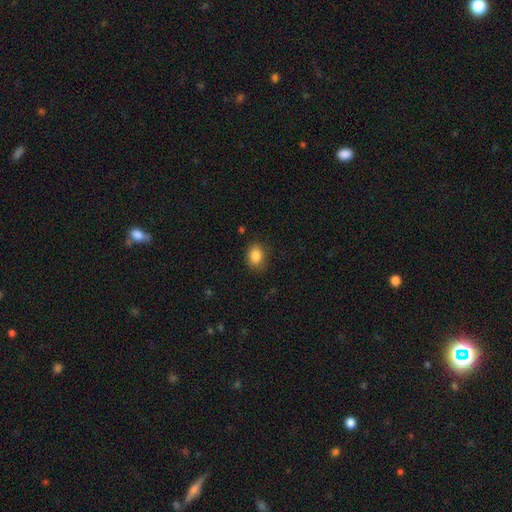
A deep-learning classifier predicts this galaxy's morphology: smooth 86%, star or artifact 9%, featured or disk 5%. Down the decision tree: how rounded — in between (60%); merging — none (82%).